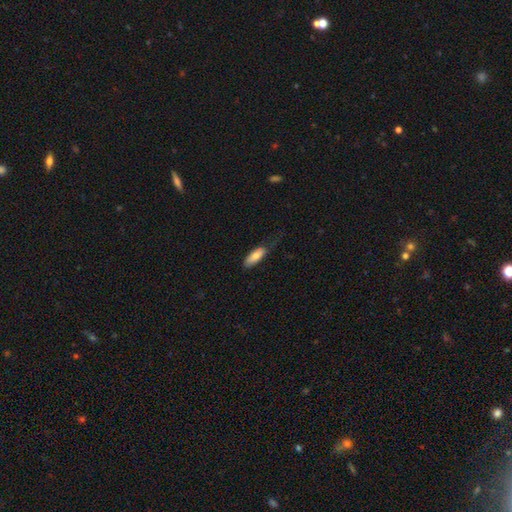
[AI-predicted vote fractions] This is likely a smooth galaxy (79%). How rounded: likely in between (72%). Merging: possibly none (52%).